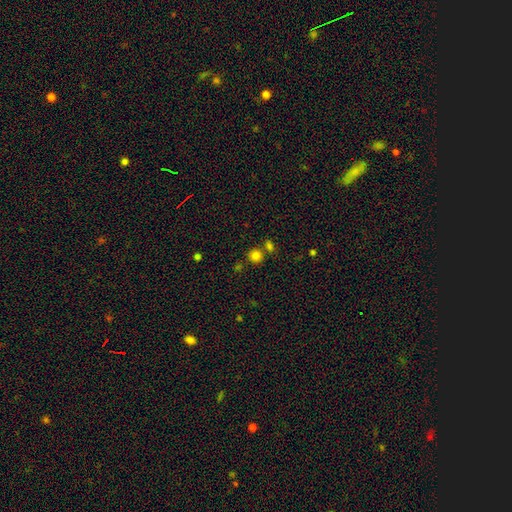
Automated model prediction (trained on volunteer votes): Q: Smooth or featured?
A: smooth (80%); runner-up: star or artifact (14%)
Q: How rounded?
A: round (90%); runner-up: in between (9%)
Q: Merging?
A: none (73%); runner-up: merger (15%)